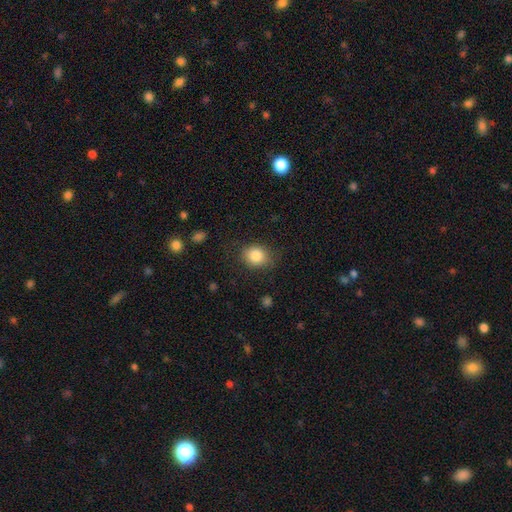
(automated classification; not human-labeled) Overall: smooth (84%). How rounded: round (63%; in between 36%). Merging: none (80%).